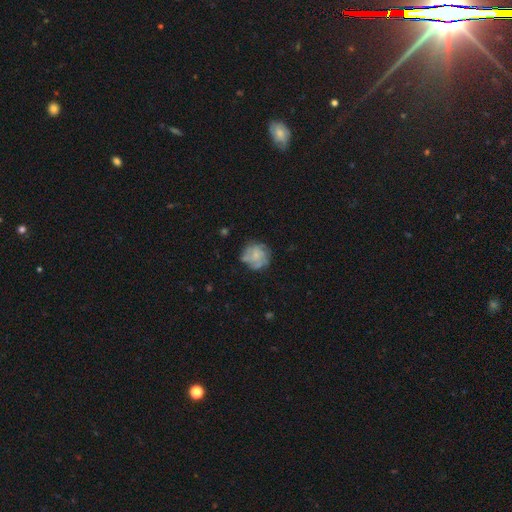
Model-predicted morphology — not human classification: A featured or disk galaxy (57%) with no bar (80%), spiral arms (68%) and a small central bulge (62%). Merging: none (67%).